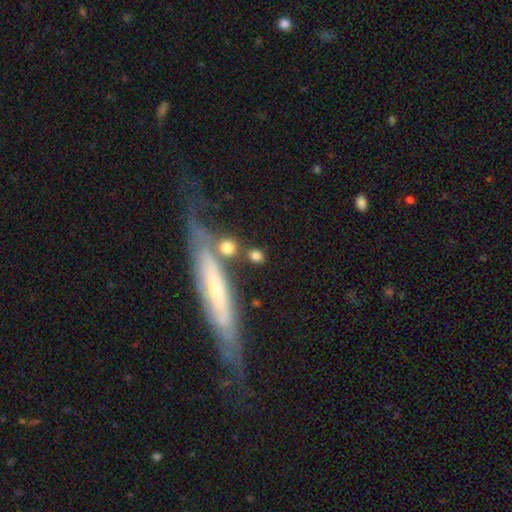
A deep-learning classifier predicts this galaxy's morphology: Smooth or featured? Predicted: smooth (p=0.78). How rounded? Predicted: round (p=0.61). Merging? Predicted: none (p=0.75).